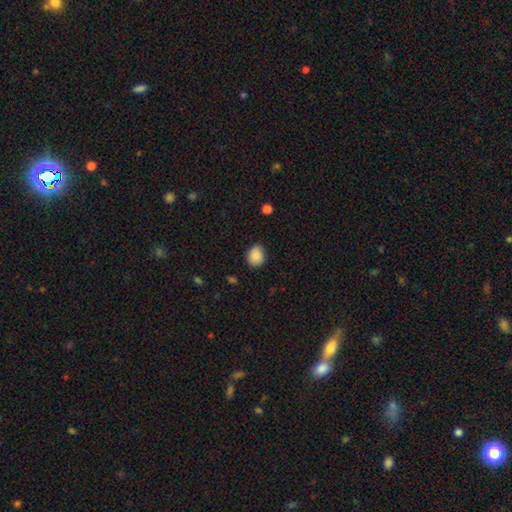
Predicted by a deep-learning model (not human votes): A smooth galaxy with no disk features (88%) that is round (53%).

Vote fractions:
- Smooth or featured? smooth: 88% / star or artifact: 8% / featured or disk: 4%
- How rounded? round: 53% / in between: 46% / cigar-shaped: 1%
- Merging? none: 80% / minor disturbance: 16% / major disturbance: 3% / merger: 1%